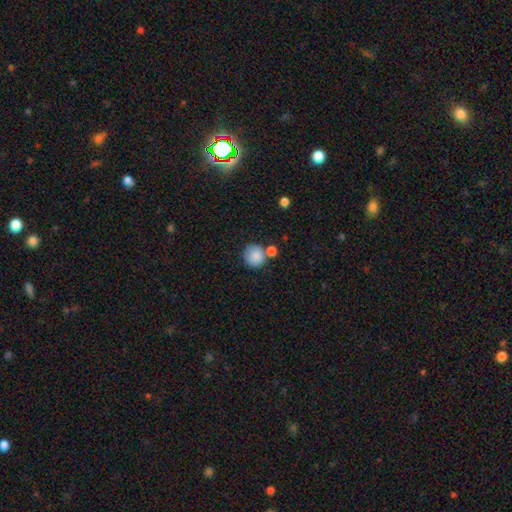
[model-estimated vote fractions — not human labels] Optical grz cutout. It shows a smooth galaxy with no disk features (86%) that is round (91%). Merging: none (66%).